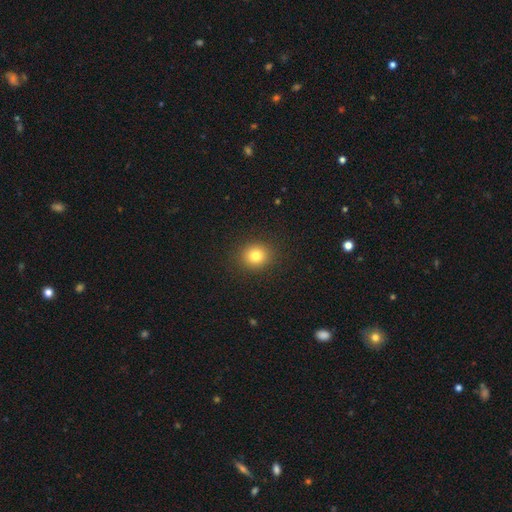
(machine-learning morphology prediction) smooth_or_featured: smooth (p=0.80) [alt: star or artifact p=0.13]
how_rounded: round (p=0.84) [alt: in between p=0.16]
merging: none (p=0.90) [alt: minor disturbance p=0.06]